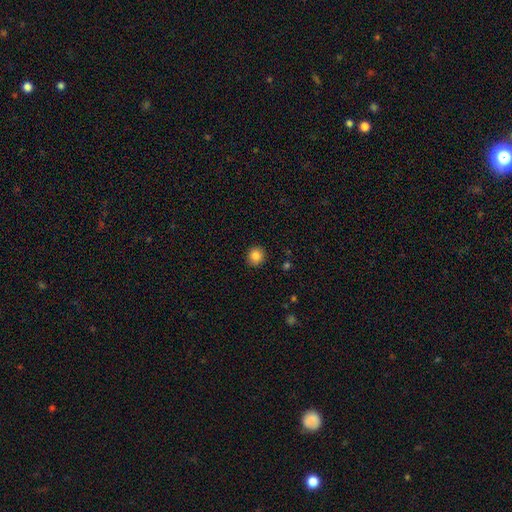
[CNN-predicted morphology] smooth_or_featured: smooth (p=0.85) [alt: star or artifact p=0.10]
how_rounded: round (p=0.89) [alt: in between p=0.10]
merging: none (p=0.91) [alt: minor disturbance p=0.06]